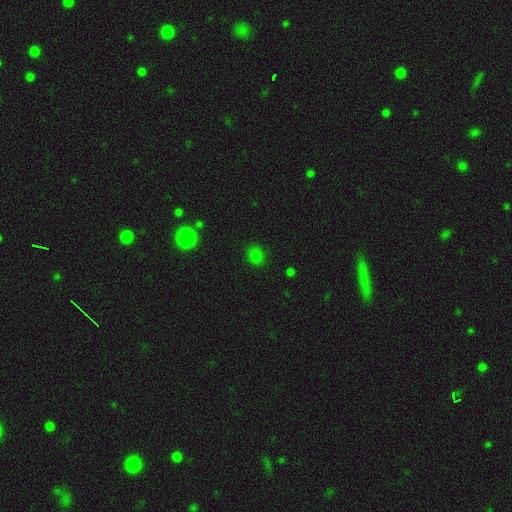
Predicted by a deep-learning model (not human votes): This appears to be a smooth galaxy with no disk features (78%) that is round (75%). Merging: none (86%).